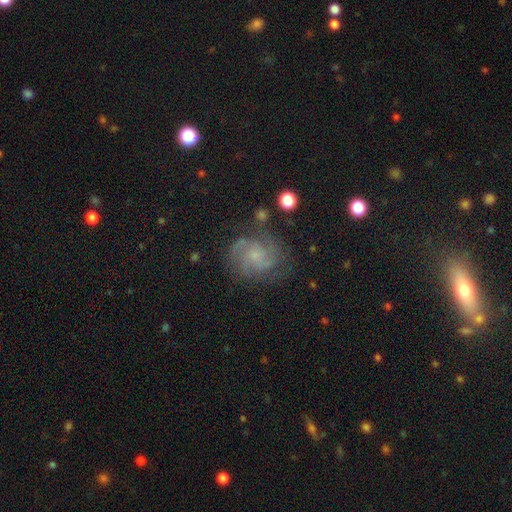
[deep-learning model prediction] Smooth or featured? Predicted: featured or disk (p=0.78). Edge-on disk? Predicted: no (p=0.98). Bar? Predicted: no (p=0.67). Spiral arms? Predicted: yes (p=0.95). Spiral winding? Predicted: medium (p=0.45). Spiral arm count? Predicted: 2 (p=0.36). Bulge size? Predicted: small (p=0.62). Merging? Predicted: none (p=0.72).